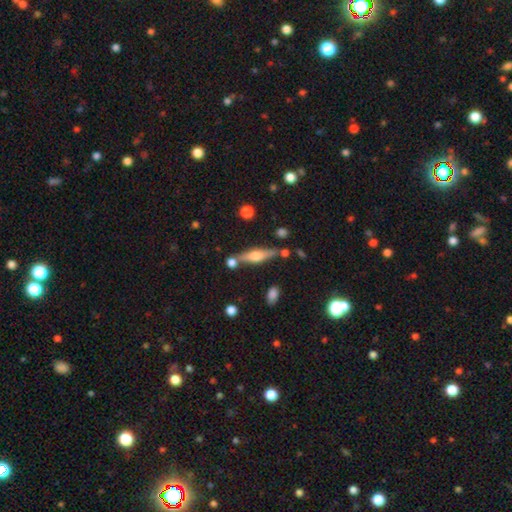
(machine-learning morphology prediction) Smooth or featured? featured or disk (57%)
Edge-on disk? yes (93%)
Edge-on bulge? rounded (87%)
Merging? none (71%)